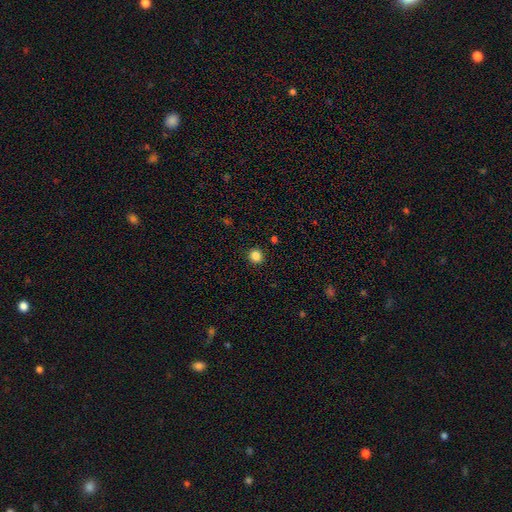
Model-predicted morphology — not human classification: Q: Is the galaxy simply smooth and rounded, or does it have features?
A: smooth — 84%.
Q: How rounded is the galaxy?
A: round — 89%.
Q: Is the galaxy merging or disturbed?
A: none — 92%.